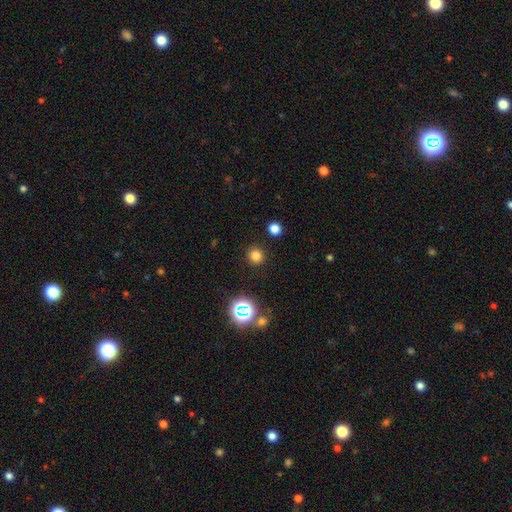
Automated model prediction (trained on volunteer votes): Smooth or featured? Predicted: smooth (p=0.77). How rounded? Predicted: round (p=0.92). Merging? Predicted: none (p=0.90).